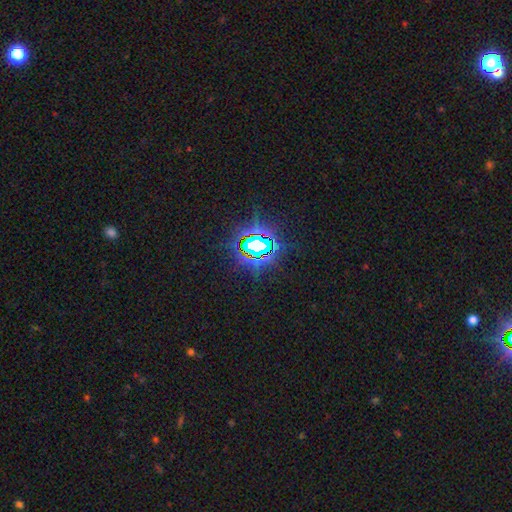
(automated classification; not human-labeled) smooth-or-featured: star or artifact: 83% | smooth: 11% | featured or disk: 6%